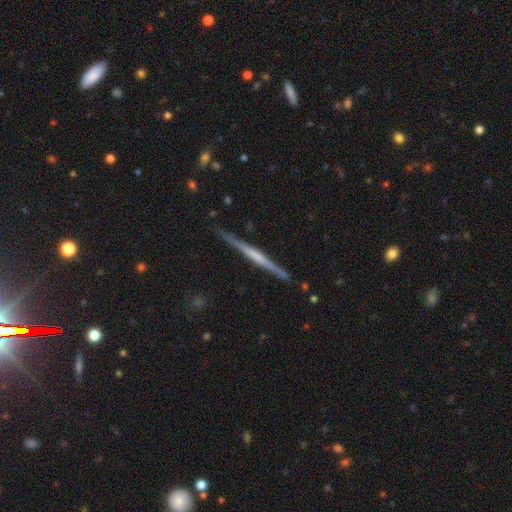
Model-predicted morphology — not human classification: A featured or disk galaxy (75%) viewed edge-on (98%) with a rounded central bulge (57%). Merging: none (90%).